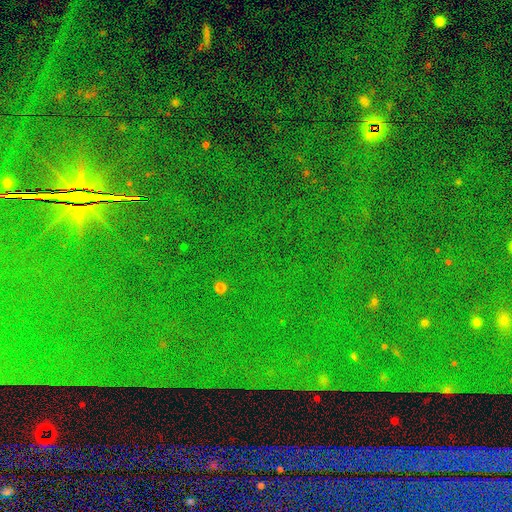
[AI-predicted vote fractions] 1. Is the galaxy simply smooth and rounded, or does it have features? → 87% star or artifact, 7% smooth, 6% featured or disk.